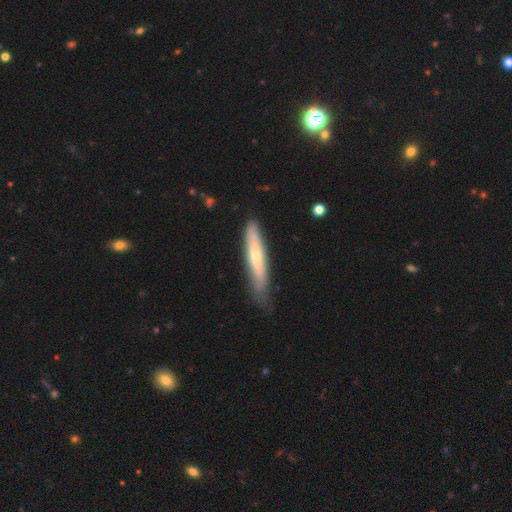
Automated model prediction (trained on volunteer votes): smooth 51%, featured or disk 44%, star or artifact 5%. Down the decision tree: how rounded — cigar-shaped (87%); merging — none (67%).